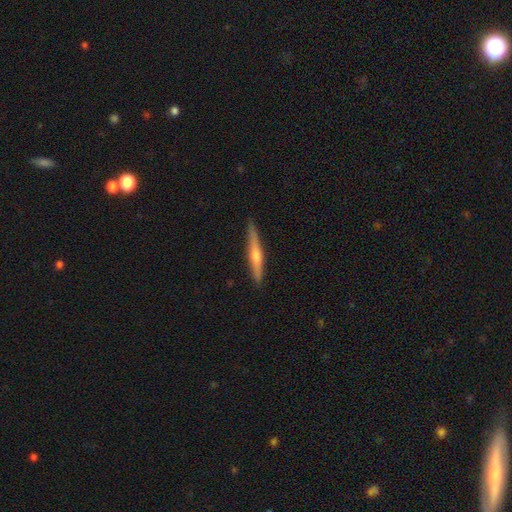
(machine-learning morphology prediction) smooth_or_featured: featured or disk (p=0.65) [alt: smooth p=0.29]
disk_edge_on: yes (p=0.97) [alt: no p=0.03]
edge_on_bulge: rounded (p=0.84) [alt: none p=0.12]
merging: none (p=0.91) [alt: minor disturbance p=0.07]